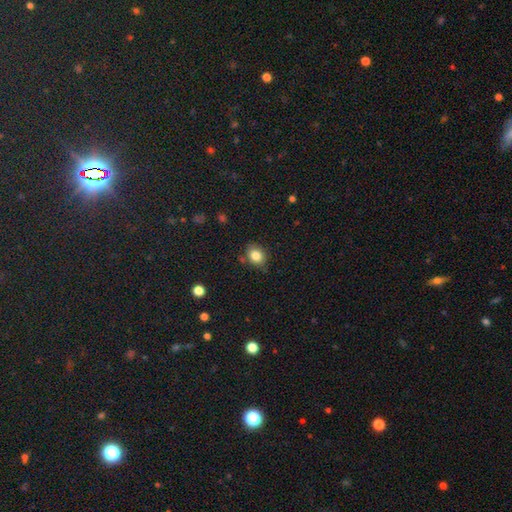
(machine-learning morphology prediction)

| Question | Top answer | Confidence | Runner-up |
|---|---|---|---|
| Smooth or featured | smooth | 84% | star or artifact (10%) |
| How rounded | in between | 50% | round (49%) |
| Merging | none | 79% | minor disturbance (15%) |